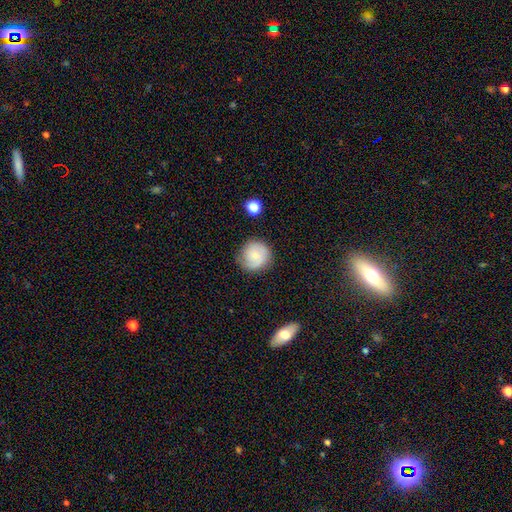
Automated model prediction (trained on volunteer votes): This is possibly a smooth galaxy (55%). How rounded: clearly round (91%). Merging: likely none (77%).